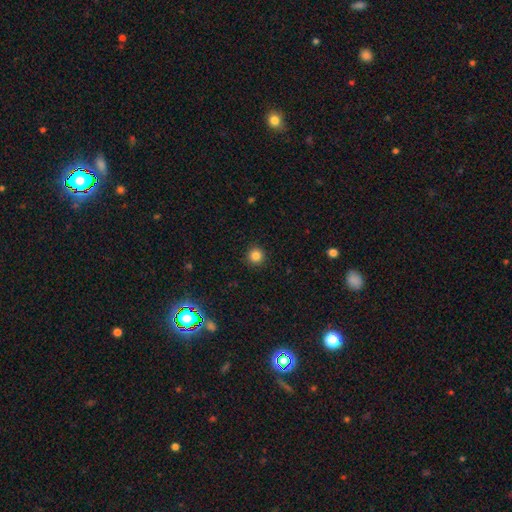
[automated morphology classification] A smooth galaxy with no disk features (84%) that is round (95%). Merging: none (93%).